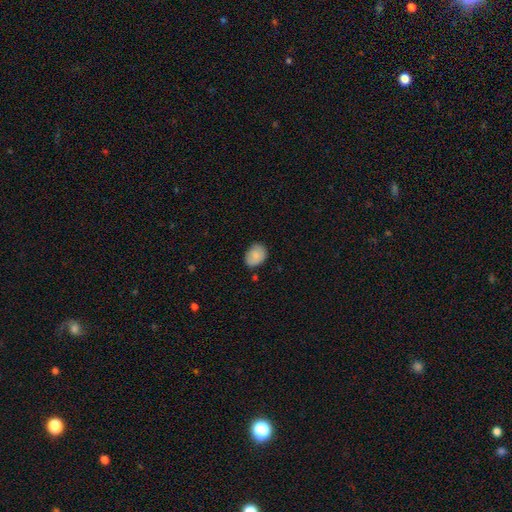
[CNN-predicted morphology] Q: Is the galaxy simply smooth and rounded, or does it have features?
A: smooth — 85%.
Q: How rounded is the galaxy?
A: in between — 65%.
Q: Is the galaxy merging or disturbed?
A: none — 74%.